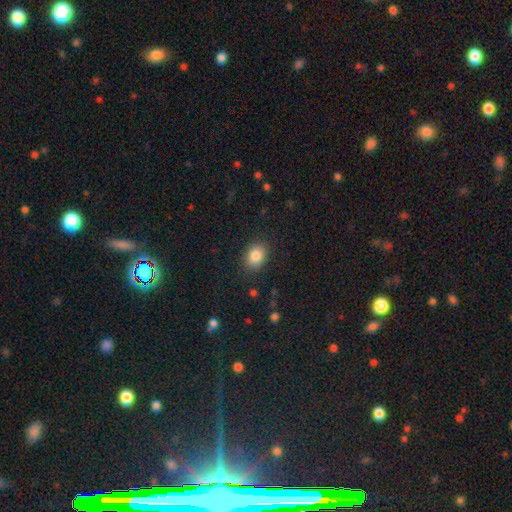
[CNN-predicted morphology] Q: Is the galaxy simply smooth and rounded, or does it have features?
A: smooth — 85%.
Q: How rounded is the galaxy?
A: in between — 69%.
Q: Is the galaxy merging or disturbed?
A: none — 86%.